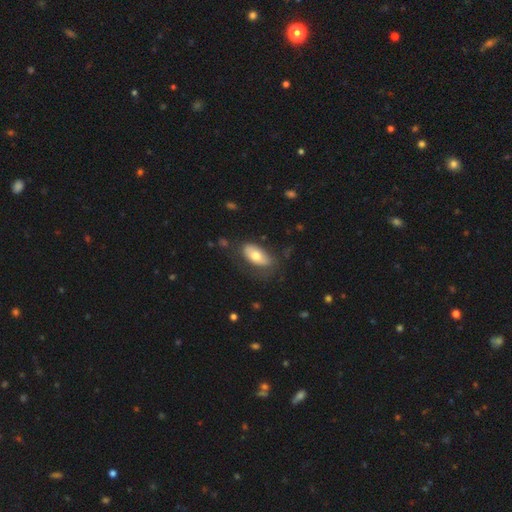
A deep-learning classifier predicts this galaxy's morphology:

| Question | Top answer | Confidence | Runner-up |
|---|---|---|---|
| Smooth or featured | smooth | 66% | featured or disk (28%) |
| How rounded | in between | 91% | cigar-shaped (6%) |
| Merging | none | 59% | minor disturbance (26%) |